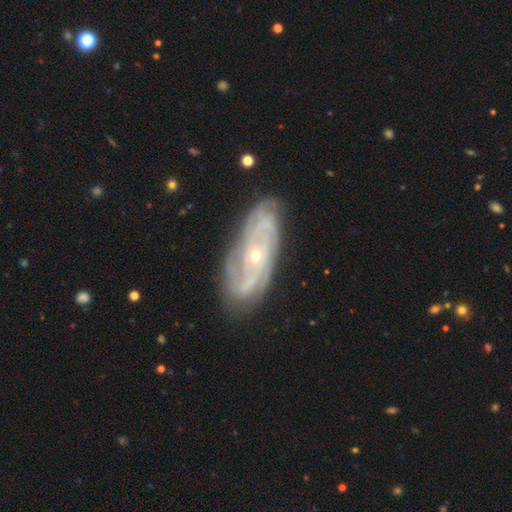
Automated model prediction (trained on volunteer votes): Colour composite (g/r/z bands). It shows a featured or disk galaxy (85%) with no bar (70%), tight (57%) spiral arms (94%) and a small central bulge (73%). Merging: none (76%).